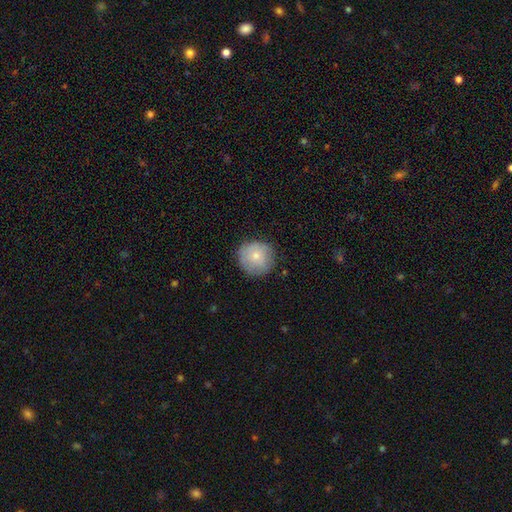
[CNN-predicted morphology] A smooth galaxy with no disk features (75%) that is round (93%). Merging: none (79%).